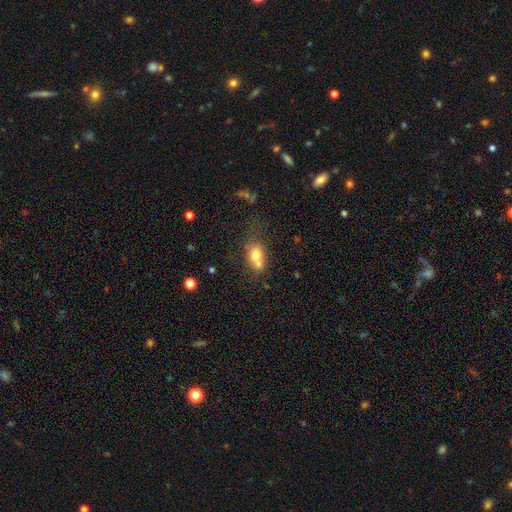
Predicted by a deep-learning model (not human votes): This appears to be a smooth galaxy with no disk features (68%) that is in between round and cigar-shaped (52%). Merging: merger (53%).